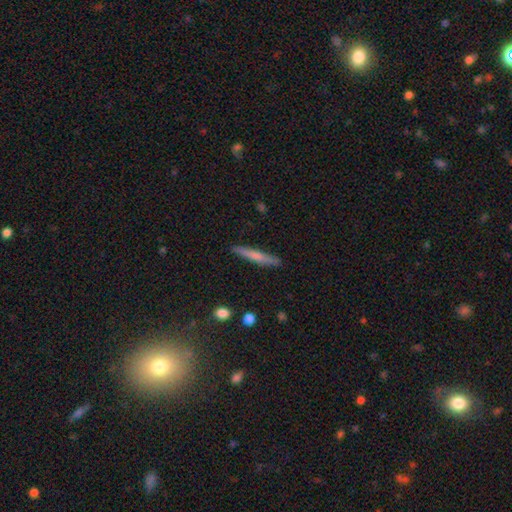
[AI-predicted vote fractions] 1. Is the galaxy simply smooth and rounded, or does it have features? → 61% smooth, 33% featured or disk, 6% star or artifact.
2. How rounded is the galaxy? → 95% cigar-shaped, 4% in between, 2% round.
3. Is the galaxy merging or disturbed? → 89% none, 8% minor disturbance, 2% major disturbance, 1% merger.